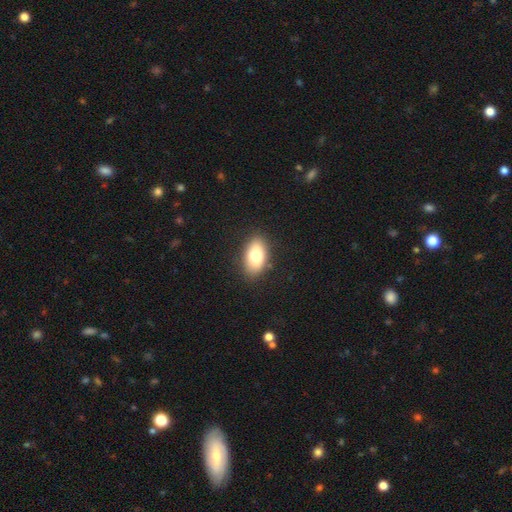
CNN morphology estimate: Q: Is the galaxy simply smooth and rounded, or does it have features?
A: smooth — 77%.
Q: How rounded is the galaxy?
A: in between — 91%.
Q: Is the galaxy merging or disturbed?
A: none — 87%.